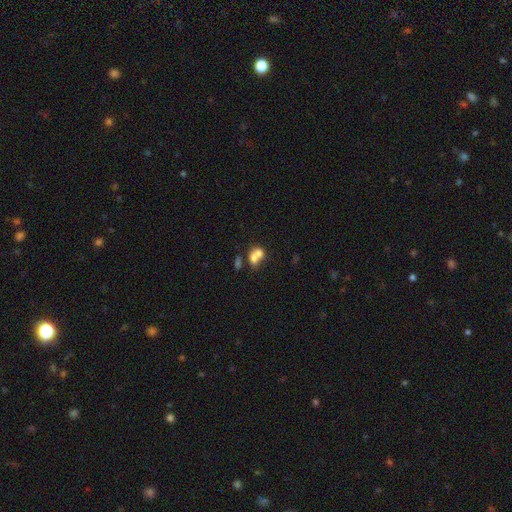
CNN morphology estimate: Smooth or featured: smooth — 68% (featured or disk — 21%)
How rounded: in between — 51% (round — 48%)
Merging: merger — 69% (none — 21%)